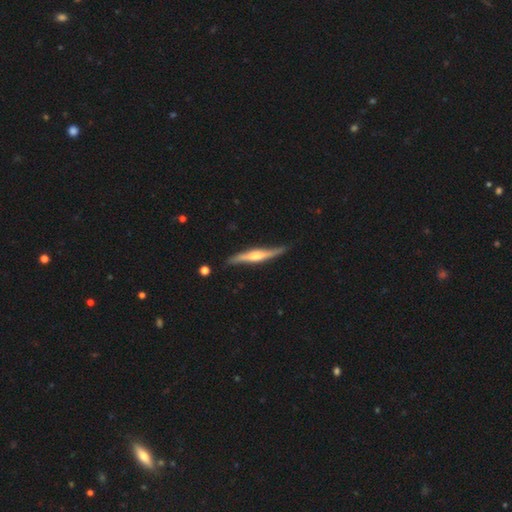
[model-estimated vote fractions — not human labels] Smooth or featured? Predicted: featured or disk (p=0.76). Edge-on disk? Predicted: yes (p=0.92). Edge-on bulge? Predicted: rounded (p=0.79). Merging? Predicted: none (p=0.80).